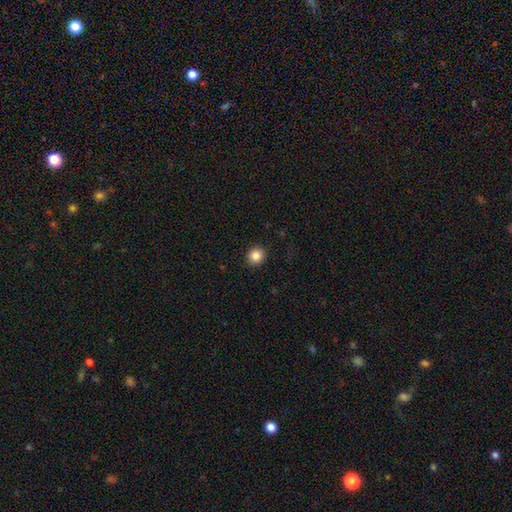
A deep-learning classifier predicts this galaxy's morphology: smooth-or-featured: smooth: 86% | star or artifact: 10% | featured or disk: 4%
  how-rounded: round: 89% | in between: 10% | cigar-shaped: 1%
  merging: none: 92% | minor disturbance: 5% | major disturbance: 2% | merger: 1%